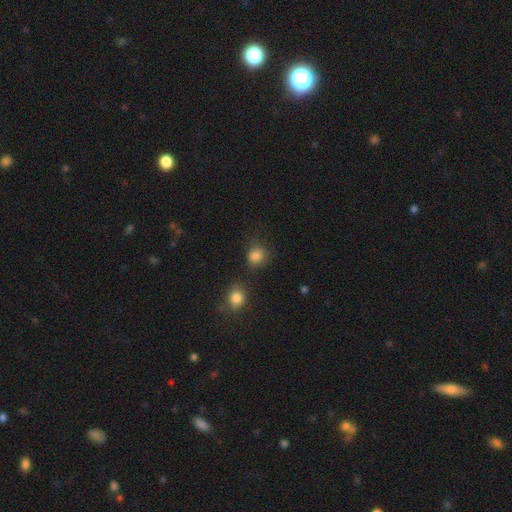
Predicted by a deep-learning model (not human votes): Morphology: type=smooth (83%); roundness=round (76%); merging=none (69%).